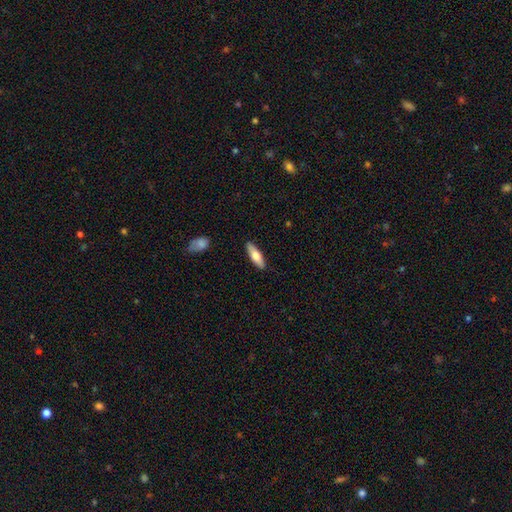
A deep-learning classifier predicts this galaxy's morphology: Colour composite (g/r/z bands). It shows a smooth galaxy with no disk features (70%) that is cigar-shaped (52%). Merging: none (89%).